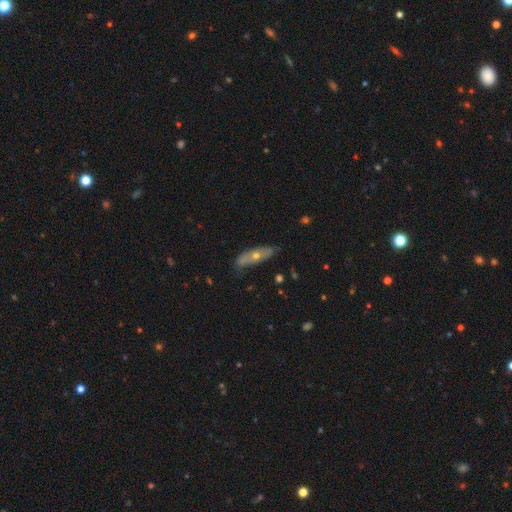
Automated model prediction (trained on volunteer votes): Smooth or featured? featured or disk (51%)
Edge-on disk? yes (54%)
Merging? none (74%)